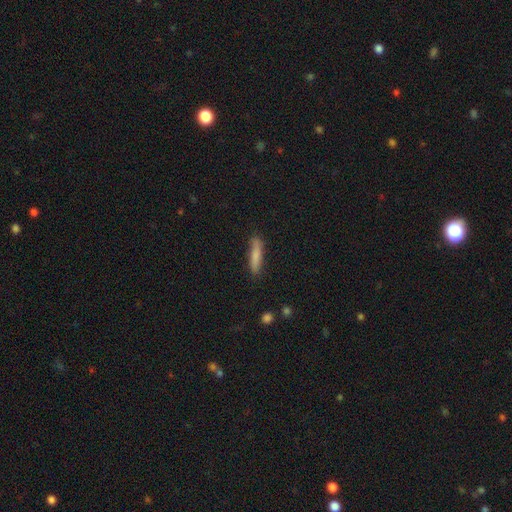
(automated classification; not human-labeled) Smooth or featured?
  - smooth: 79% *
  - featured or disk: 15%
  - star or artifact: 6%
How rounded?
  - cigar-shaped: 87% *
  - in between: 12%
  - round: 2%
Merging?
  - none: 83% *
  - minor disturbance: 13%
  - major disturbance: 2%
  - merger: 2%